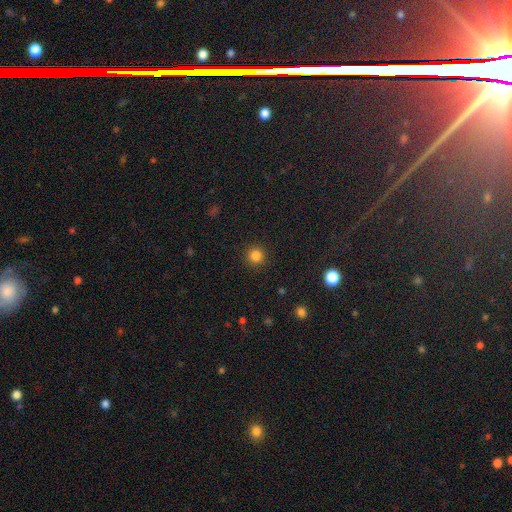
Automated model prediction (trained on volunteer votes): smooth_or_featured: smooth (p=0.84) [alt: star or artifact p=0.12]
how_rounded: round (p=0.95) [alt: in between p=0.04]
merging: none (p=0.92) [alt: minor disturbance p=0.05]